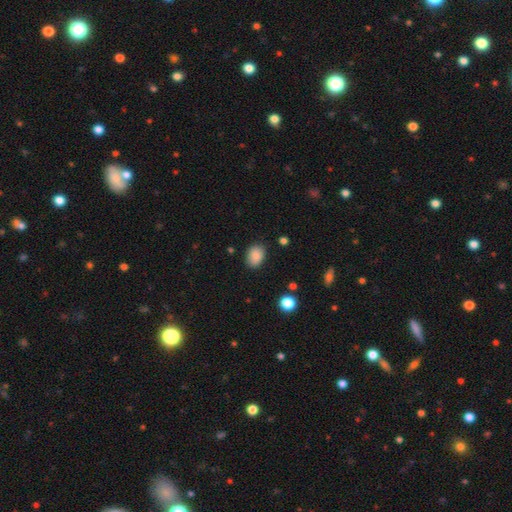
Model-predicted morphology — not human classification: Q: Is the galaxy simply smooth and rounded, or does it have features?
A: smooth — 88%.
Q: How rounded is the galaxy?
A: in between — 77%.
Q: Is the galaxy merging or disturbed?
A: none — 84%.